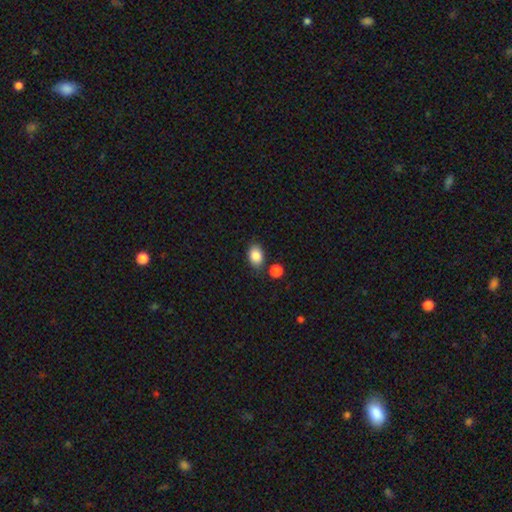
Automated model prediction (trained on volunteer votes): smooth 87%, star or artifact 8%, featured or disk 5%. Down the decision tree: how rounded — in between (78%); merging — none (77%).